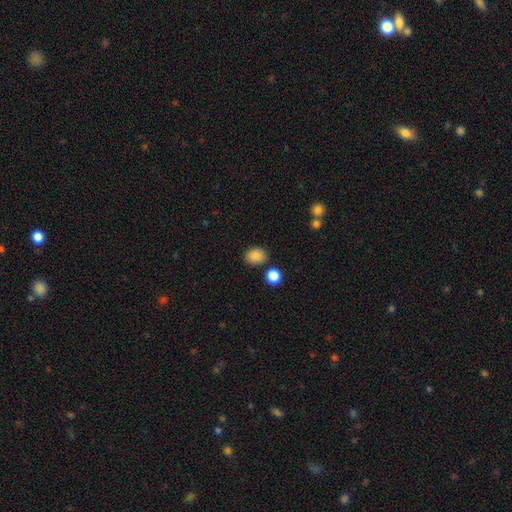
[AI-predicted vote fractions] smooth-or-featured: smooth: 87% | star or artifact: 9% | featured or disk: 4%
  how-rounded: in between: 54% | round: 45% | cigar-shaped: 1%
  merging: none: 81% | minor disturbance: 11% | merger: 5% | major disturbance: 3%